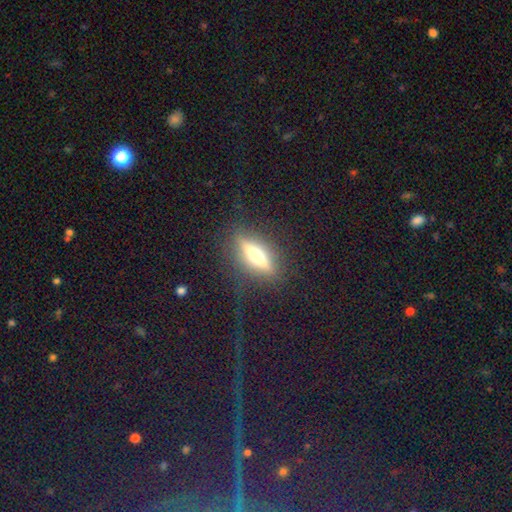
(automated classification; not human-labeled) A featured or disk galaxy (57%) viewed edge-on (88%) with a rounded central bulge (88%). Merging: none (83%).